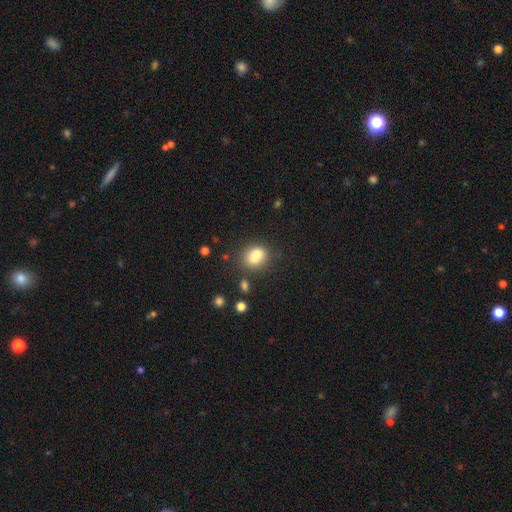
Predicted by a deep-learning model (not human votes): Smooth or featured? Predicted: smooth (p=0.76). How rounded? Predicted: in between (p=0.54). Merging? Predicted: none (p=0.46).